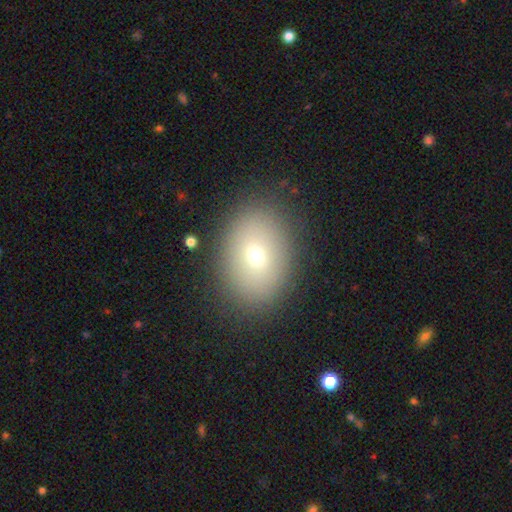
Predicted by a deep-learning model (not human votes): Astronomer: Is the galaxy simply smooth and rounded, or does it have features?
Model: smooth — 71%.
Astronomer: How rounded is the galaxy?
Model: in between — 73%.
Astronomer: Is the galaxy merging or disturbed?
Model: none — 87%.